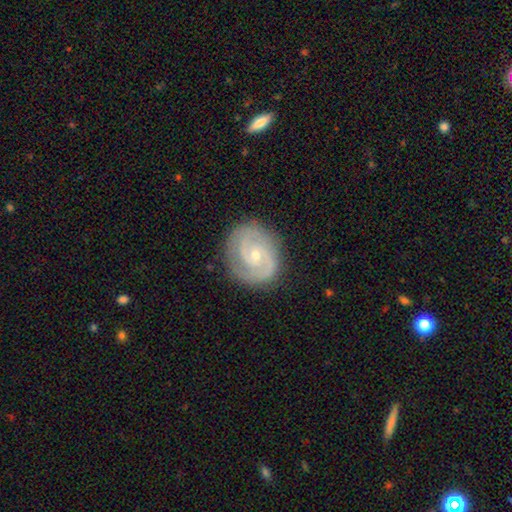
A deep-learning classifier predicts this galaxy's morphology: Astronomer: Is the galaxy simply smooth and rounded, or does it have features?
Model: featured or disk — 86%.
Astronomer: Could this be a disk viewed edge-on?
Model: no — 98%.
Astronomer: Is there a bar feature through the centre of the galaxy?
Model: no — 59%.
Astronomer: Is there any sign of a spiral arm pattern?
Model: yes — 96%.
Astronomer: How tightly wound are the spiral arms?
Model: tight — 53% (runner-up: medium, 39%).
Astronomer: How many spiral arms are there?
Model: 2 — 79%.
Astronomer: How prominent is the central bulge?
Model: small — 62%.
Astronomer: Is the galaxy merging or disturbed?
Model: none — 83%.